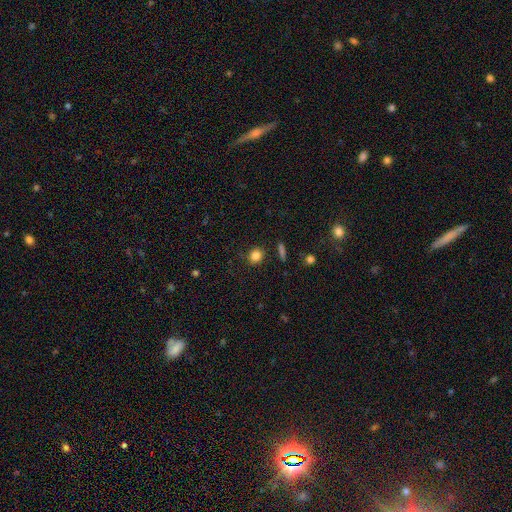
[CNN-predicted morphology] Smooth or featured? Predicted: smooth (p=0.83). How rounded? Predicted: round (p=0.72). Merging? Predicted: none (p=0.86).